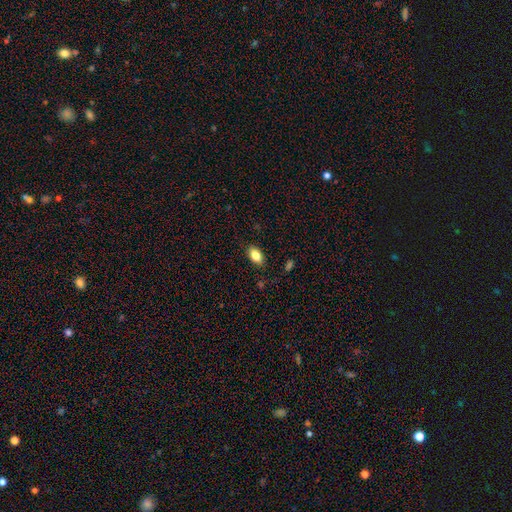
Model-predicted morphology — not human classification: Q: Smooth or featured?
A: smooth (82%); runner-up: featured or disk (10%)
Q: How rounded?
A: in between (90%); runner-up: round (6%)
Q: Merging?
A: none (85%); runner-up: minor disturbance (11%)